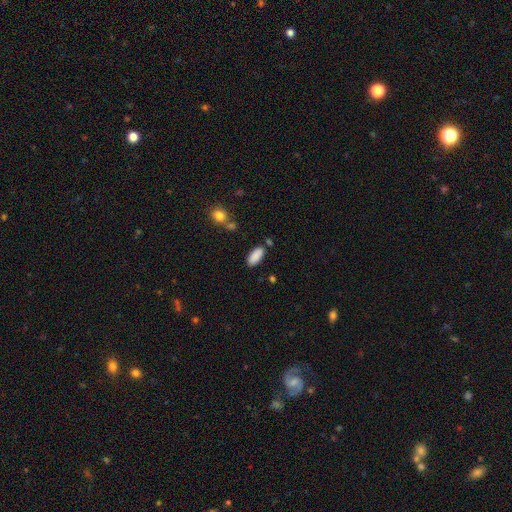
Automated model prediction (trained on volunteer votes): Morphology: type=smooth (89%); roundness=in between (90%); merging=none (80%).